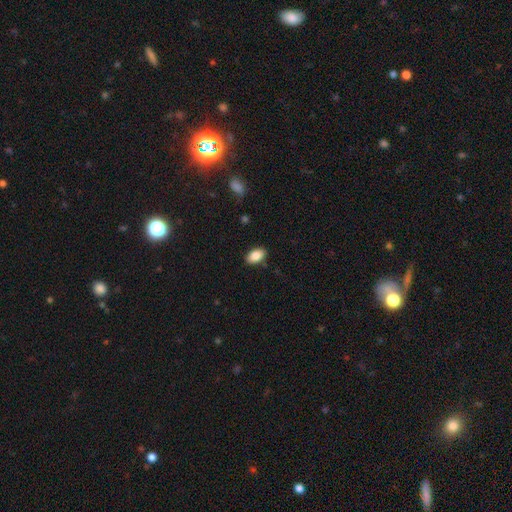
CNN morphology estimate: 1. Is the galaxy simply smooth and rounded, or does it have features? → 87% smooth, 7% star or artifact, 5% featured or disk.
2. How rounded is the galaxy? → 92% in between, 6% round, 2% cigar-shaped.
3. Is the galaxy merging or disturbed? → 87% none, 9% minor disturbance, 2% major disturbance, 1% merger.